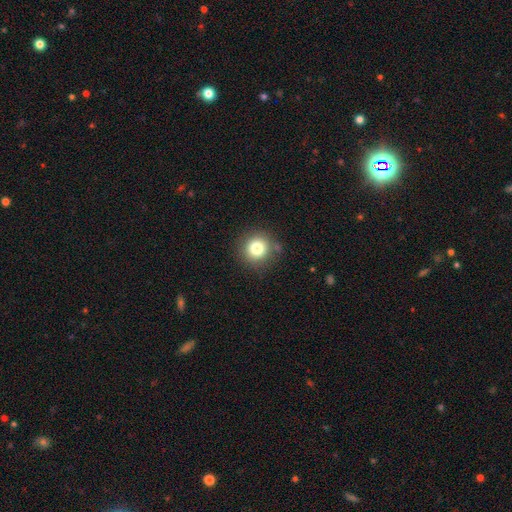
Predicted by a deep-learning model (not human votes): Morphology: type=smooth (73%); roundness=round (94%); merging=none (88%).